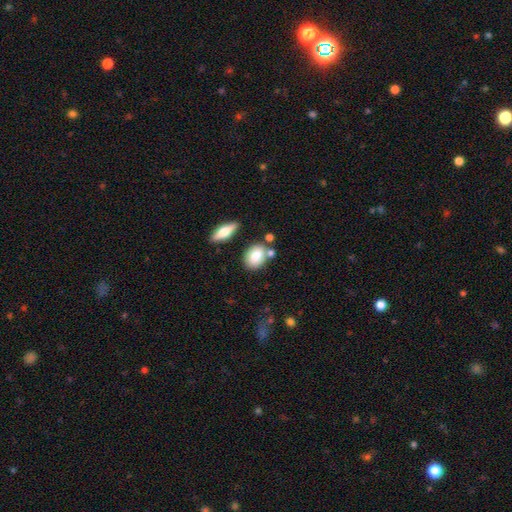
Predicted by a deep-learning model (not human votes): This is clearly a smooth galaxy (80%). How rounded: likely in between (69%). Merging: likely none (66%).